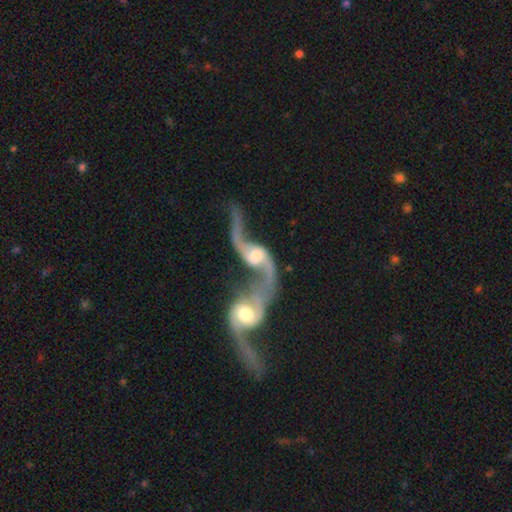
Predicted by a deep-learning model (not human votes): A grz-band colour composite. It shows a featured or disk galaxy (87%) with no bar (44%), 2 (90%) loose (89%) spiral arms (93%) and a moderate central bulge (59%). Merging: merger (76%).